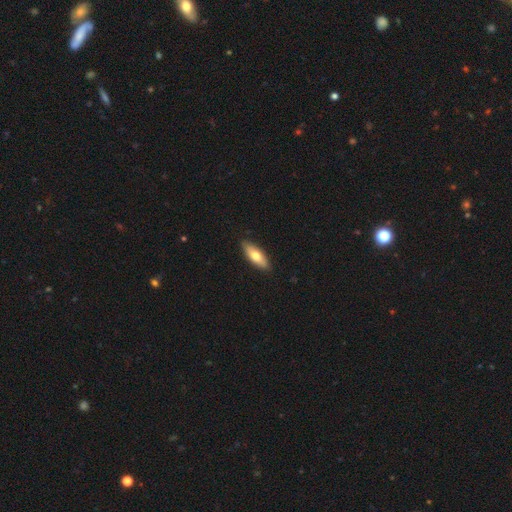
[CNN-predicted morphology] This is likely a smooth galaxy (69%). How rounded: likely in between (63%). Merging: clearly none (88%).